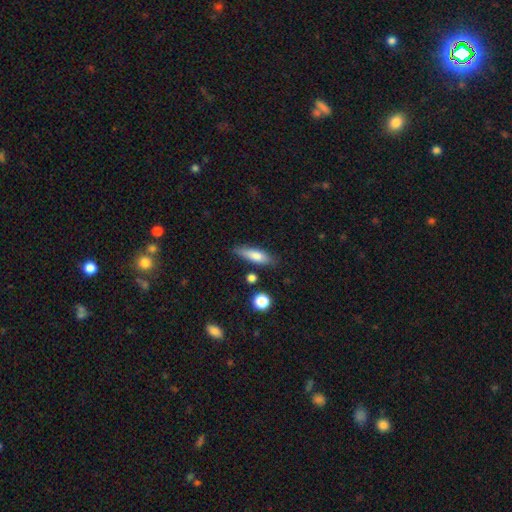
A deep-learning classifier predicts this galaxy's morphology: Smooth or featured: smooth — 76% (featured or disk — 17%)
How rounded: cigar-shaped — 60% (in between — 37%)
Merging: none — 75% (minor disturbance — 17%)